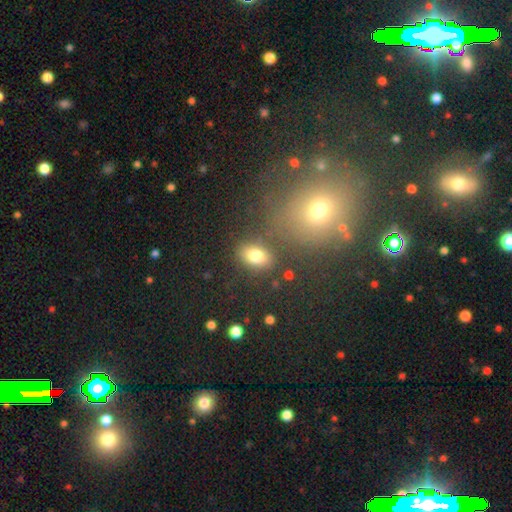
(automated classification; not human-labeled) Q: Smooth or featured?
A: smooth (80%); runner-up: star or artifact (11%)
Q: How rounded?
A: in between (77%); runner-up: round (21%)
Q: Merging?
A: none (80%); runner-up: minor disturbance (11%)